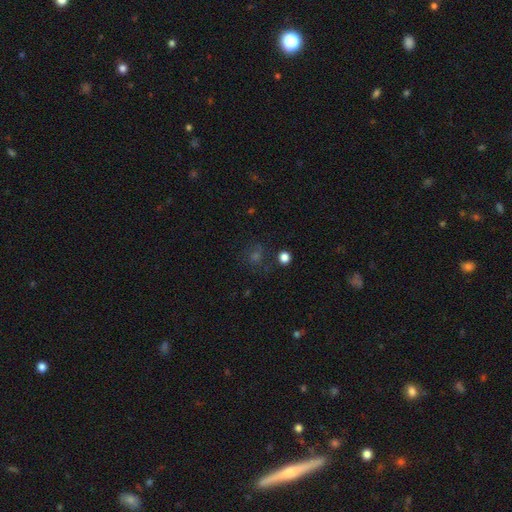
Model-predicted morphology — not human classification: This appears to be a smooth galaxy with no disk features (43%). Merging: none (74%).